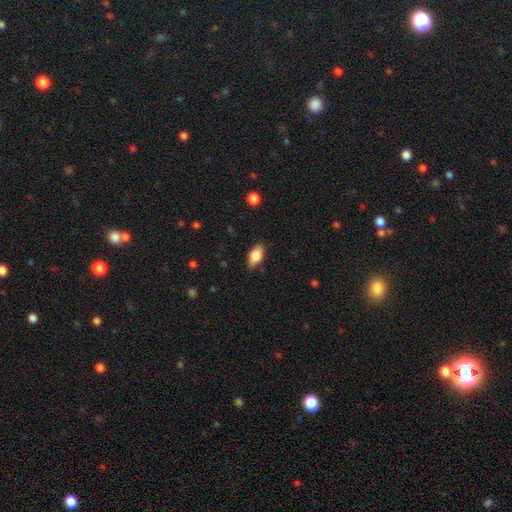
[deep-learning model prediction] Q: Smooth or featured?
A: smooth (77%); runner-up: featured or disk (16%)
Q: How rounded?
A: in between (88%); runner-up: cigar-shaped (7%)
Q: Merging?
A: none (82%); runner-up: minor disturbance (14%)